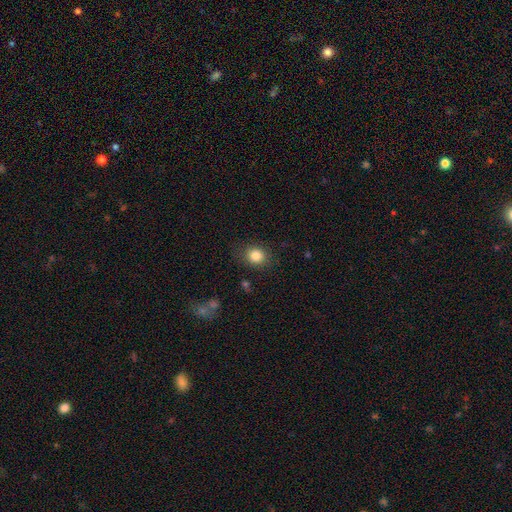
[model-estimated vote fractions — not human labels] smooth 84%, star or artifact 10%, featured or disk 6%. Down the decision tree: how rounded — round (70%); merging — none (84%).